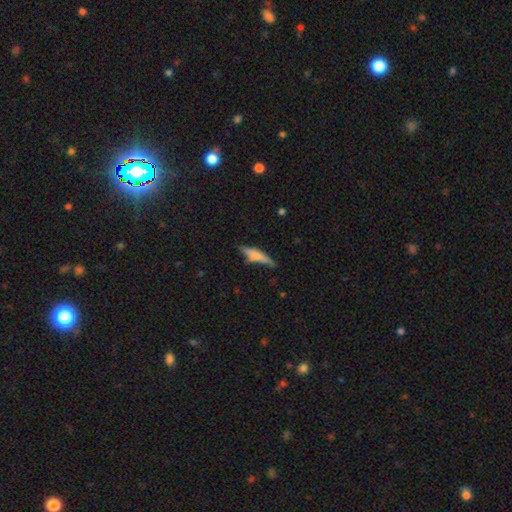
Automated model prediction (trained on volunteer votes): A smooth galaxy with no disk features (58%) that is cigar-shaped (81%).

Vote fractions:
- Smooth or featured? smooth: 58% / featured or disk: 35% / star or artifact: 7%
- How rounded? cigar-shaped: 81% / in between: 17% / round: 2%
- Merging? none: 61% / minor disturbance: 24% / merger: 8% / major disturbance: 8%